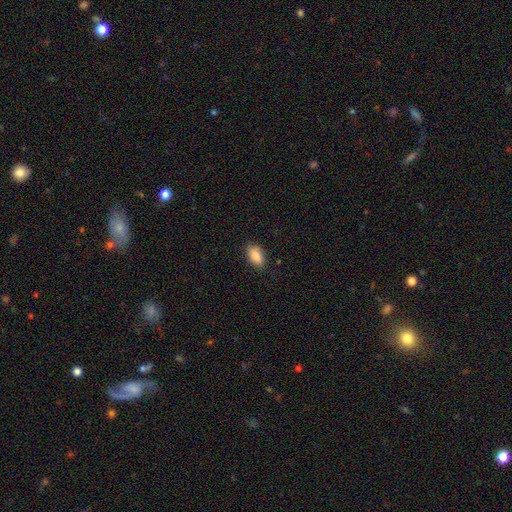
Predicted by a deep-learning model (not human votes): This appears to be a smooth galaxy with no disk features (86%) that is in between round and cigar-shaped (91%). Merging: none (84%).